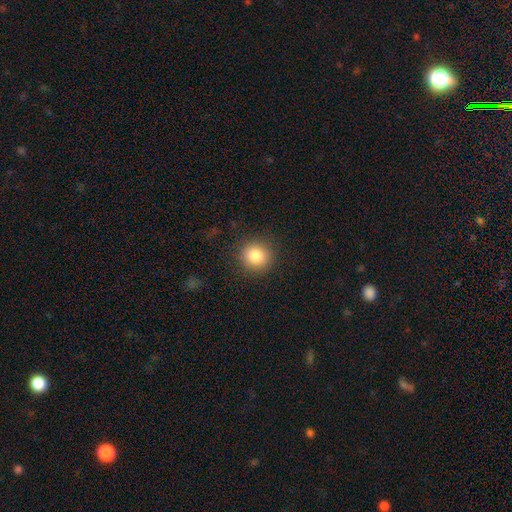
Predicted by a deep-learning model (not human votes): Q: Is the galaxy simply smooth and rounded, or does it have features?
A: smooth — 84%.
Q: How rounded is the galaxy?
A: round — 91%.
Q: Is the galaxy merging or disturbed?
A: none — 89%.